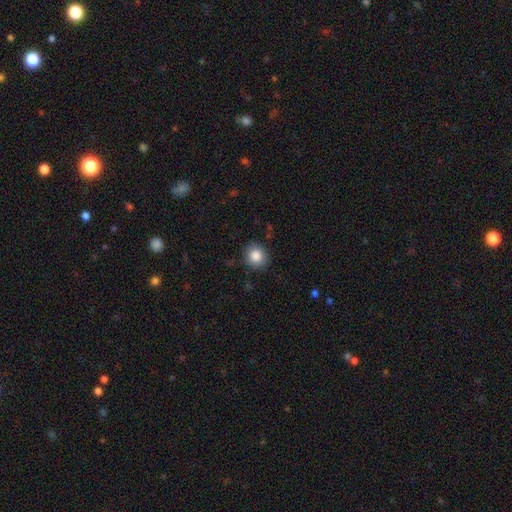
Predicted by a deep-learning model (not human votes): A smooth galaxy with no disk features (86%) that is round (80%).

Vote fractions:
- Smooth or featured? smooth: 86% / star or artifact: 9% / featured or disk: 5%
- How rounded? round: 80% / in between: 19% / cigar-shaped: 1%
- Merging? none: 87% / minor disturbance: 9% / major disturbance: 2% / merger: 1%